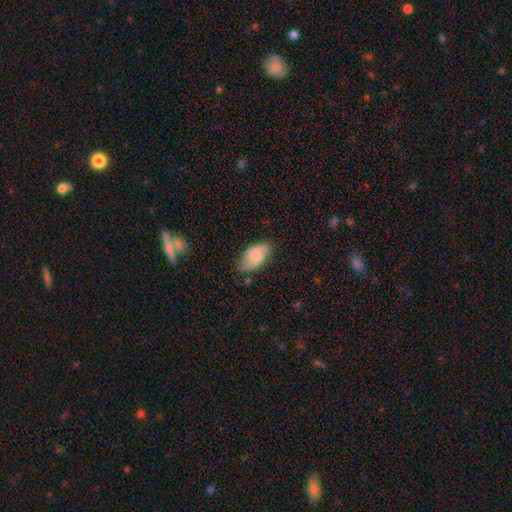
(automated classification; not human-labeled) smooth-or-featured: smooth: 58% | featured or disk: 35% | star or artifact: 7%
  how-rounded: in between: 94% | round: 4% | cigar-shaped: 2%
  merging: none: 68% | minor disturbance: 25% | major disturbance: 6% | merger: 2%